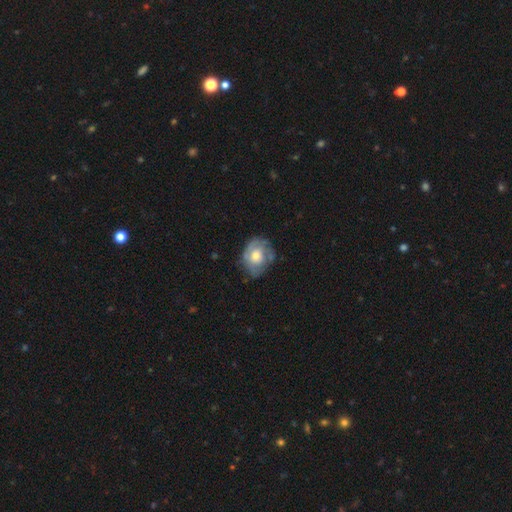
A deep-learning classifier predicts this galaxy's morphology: A featured or disk galaxy (58%) with no bar (83%), spiral arms (65%) and a moderate central bulge (64%).

Vote fractions:
- Smooth or featured? featured or disk: 58% / smooth: 35% / star or artifact: 6%
- Edge-on disk? no: 96% / yes: 4%
- Bar? no: 83% / weak: 15% / strong: 2%
- Spiral arms? yes: 65% / no: 35%
- Bulge size? moderate: 64% / small: 20% / large: 13% / none: 2% / dominant: 1%
- Merging? none: 59% / minor disturbance: 27% / major disturbance: 12% / merger: 2%